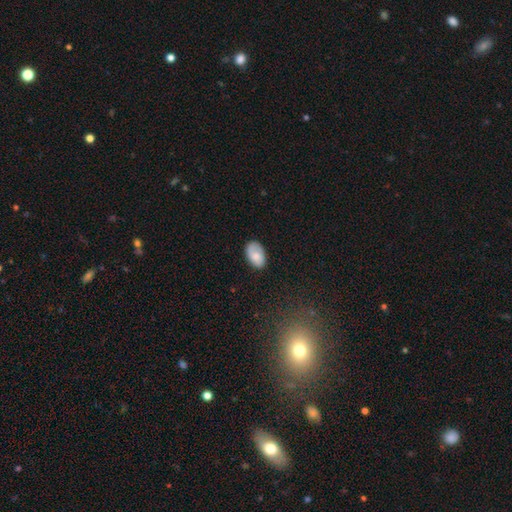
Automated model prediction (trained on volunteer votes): A smooth galaxy with no disk features (72%) that is in between round and cigar-shaped (91%).

Vote fractions:
- Smooth or featured? smooth: 72% / featured or disk: 21% / star or artifact: 7%
- How rounded? in between: 91% / round: 7% / cigar-shaped: 1%
- Merging? none: 76% / minor disturbance: 19% / major disturbance: 4% / merger: 1%